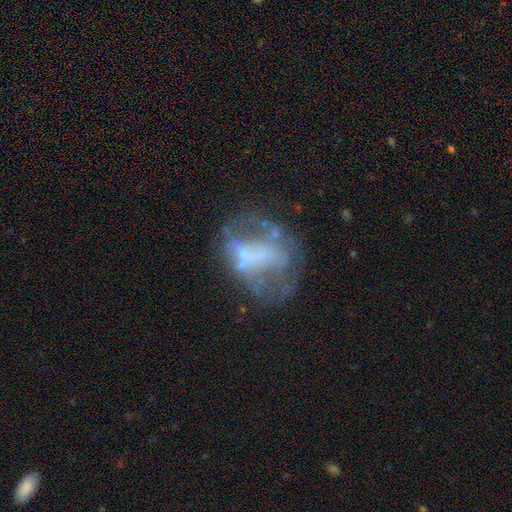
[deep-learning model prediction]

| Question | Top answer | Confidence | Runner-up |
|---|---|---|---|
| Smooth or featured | featured or disk | 59% | smooth (27%) |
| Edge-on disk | no | 97% | yes (3%) |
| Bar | no | 75% | weak (17%) |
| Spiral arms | no | 83% | yes (17%) |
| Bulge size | none | 56% | small (27%) |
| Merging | none | 40% | major disturbance (30%) |